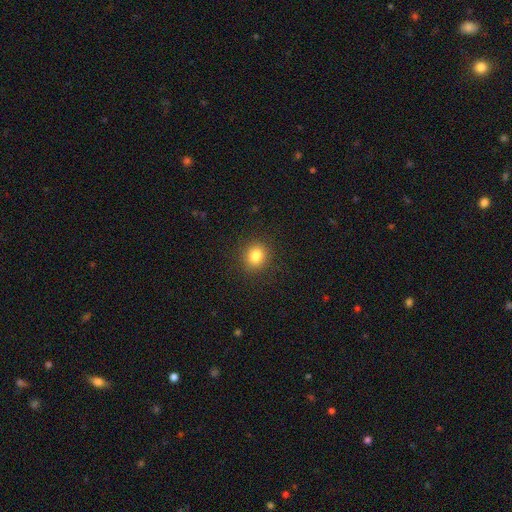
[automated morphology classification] Q: Smooth or featured?
A: smooth (82%); runner-up: star or artifact (12%)
Q: How rounded?
A: round (82%); runner-up: in between (18%)
Q: Merging?
A: none (89%); runner-up: minor disturbance (7%)